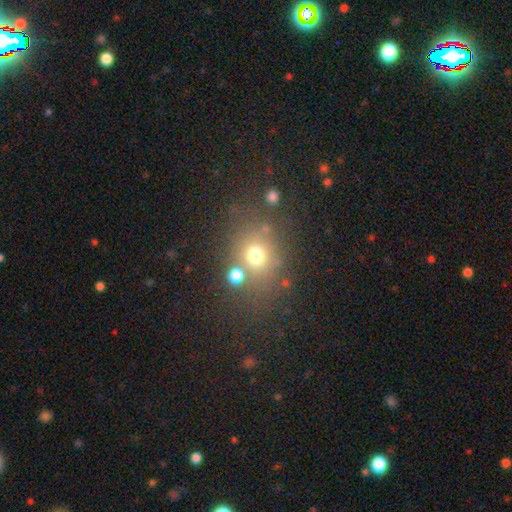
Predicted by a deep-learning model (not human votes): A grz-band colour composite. It shows a smooth galaxy with no disk features (69%) that is round (69%). Merging: none (63%).